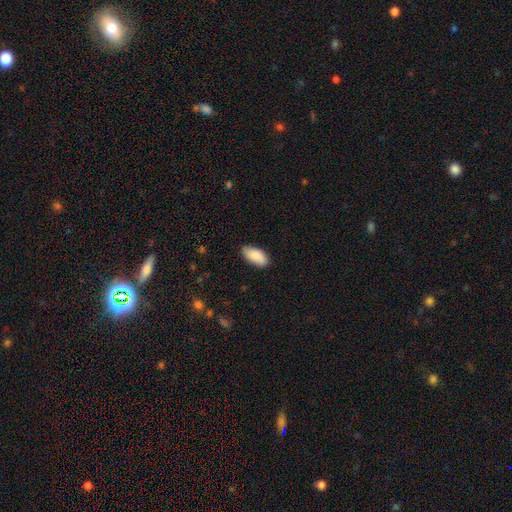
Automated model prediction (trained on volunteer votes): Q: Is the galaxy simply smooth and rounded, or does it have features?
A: smooth — 88%.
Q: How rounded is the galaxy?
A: in between — 91%.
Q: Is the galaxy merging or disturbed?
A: none — 79%.